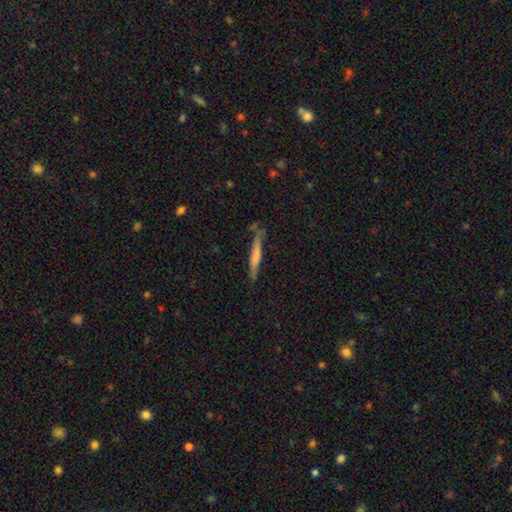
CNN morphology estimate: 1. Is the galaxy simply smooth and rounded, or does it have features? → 58% smooth, 36% featured or disk, 6% star or artifact.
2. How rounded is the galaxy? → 94% cigar-shaped, 5% in between, 2% round.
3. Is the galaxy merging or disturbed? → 73% none, 18% minor disturbance, 4% merger, 4% major disturbance.